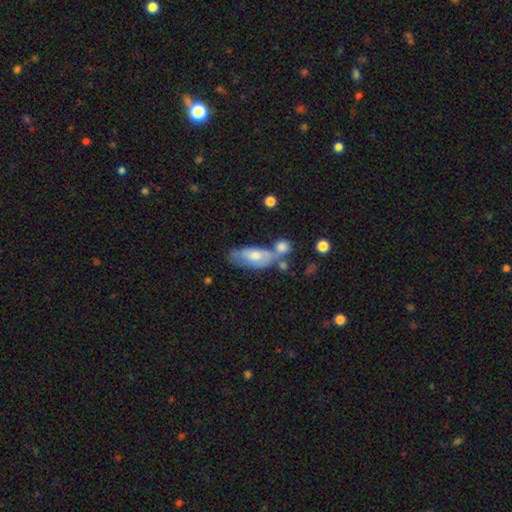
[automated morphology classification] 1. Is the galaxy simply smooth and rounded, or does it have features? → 52% smooth, 41% featured or disk, 7% star or artifact.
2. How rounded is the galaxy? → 80% in between, 16% cigar-shaped, 4% round.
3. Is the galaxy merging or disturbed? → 35% none, 34% merger, 20% minor disturbance, 11% major disturbance.